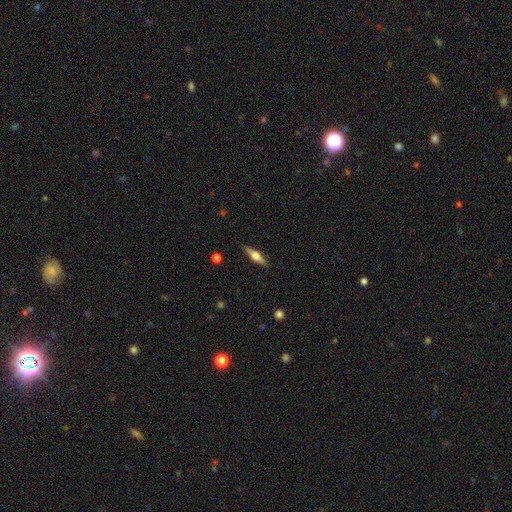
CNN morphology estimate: This is likely a featured or disk galaxy (65%). It is clearly viewed edge-on (97%). Edge-on bulge: clearly rounded (92%). Merging: clearly none (89%).